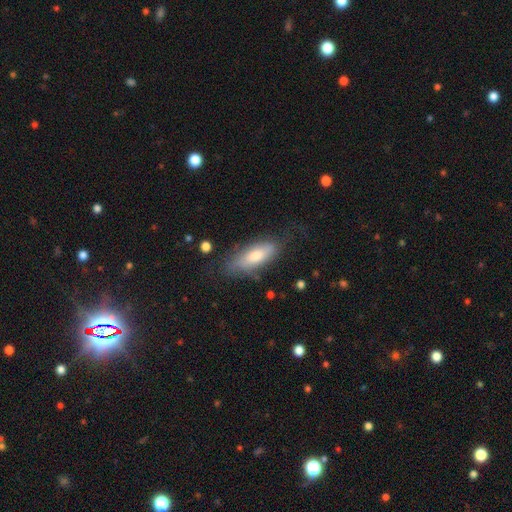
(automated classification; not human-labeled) A smooth galaxy with no disk features (65%) that is in between round and cigar-shaped (72%). Merging: none (65%).